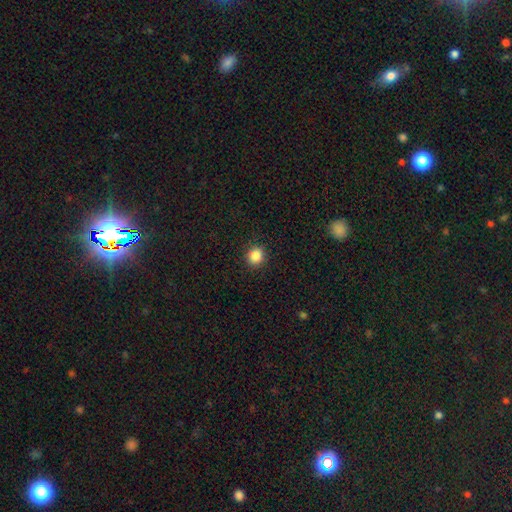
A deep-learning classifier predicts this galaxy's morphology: smooth-or-featured: smooth: 86% | star or artifact: 11% | featured or disk: 3%
  how-rounded: round: 89% | in between: 10% | cigar-shaped: 1%
  merging: none: 91% | minor disturbance: 6% | major disturbance: 2% | merger: 1%